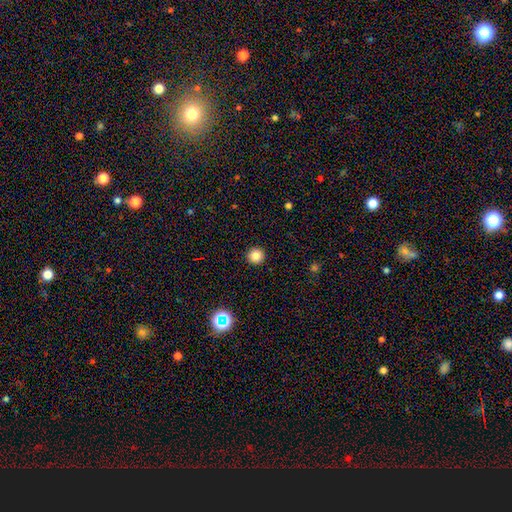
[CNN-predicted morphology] A smooth galaxy with no disk features (83%) that is round (95%). Merging: none (93%).